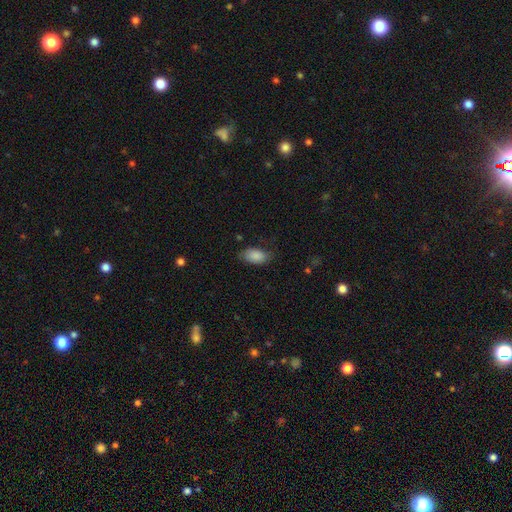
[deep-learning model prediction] Q: Smooth or featured?
A: smooth (87%); runner-up: star or artifact (7%)
Q: How rounded?
A: in between (93%); runner-up: round (5%)
Q: Merging?
A: none (70%); runner-up: minor disturbance (22%)